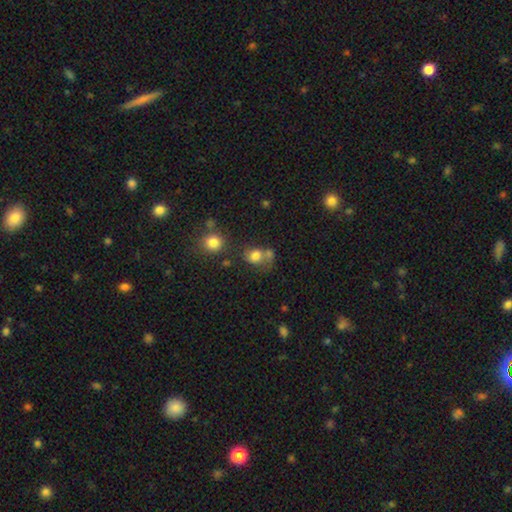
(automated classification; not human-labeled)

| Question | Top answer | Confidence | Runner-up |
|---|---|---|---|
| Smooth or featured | smooth | 74% | featured or disk (14%) |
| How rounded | round | 56% | in between (43%) |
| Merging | none | 39% | merger (32%) |